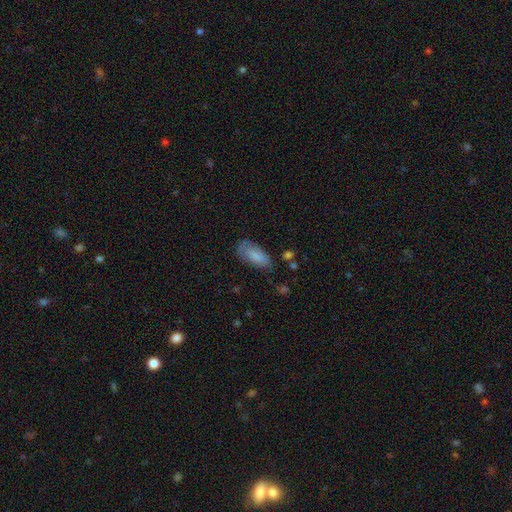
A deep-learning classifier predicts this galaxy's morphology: Q: Smooth or featured?
A: smooth (78%); runner-up: featured or disk (15%)
Q: How rounded?
A: in between (87%); runner-up: cigar-shaped (11%)
Q: Merging?
A: none (63%); runner-up: minor disturbance (26%)